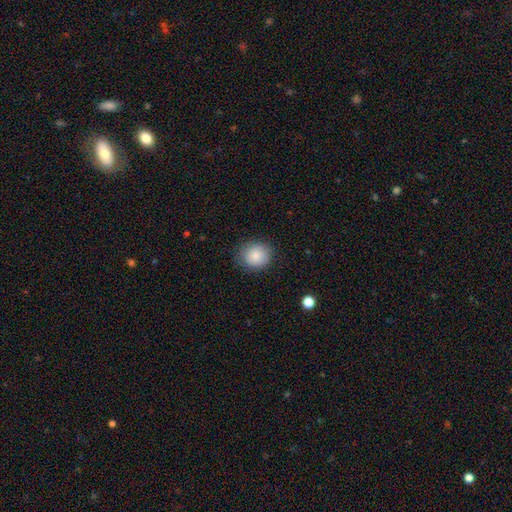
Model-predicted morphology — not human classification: smooth 84%, featured or disk 8%, star or artifact 8%. Down the decision tree: how rounded — round (81%); merging — none (82%).